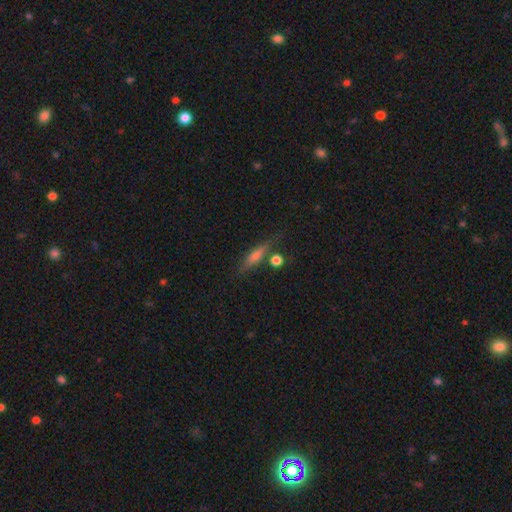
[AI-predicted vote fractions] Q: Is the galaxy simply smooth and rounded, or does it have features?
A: smooth — 49%.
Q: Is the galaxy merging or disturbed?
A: none — 73%.